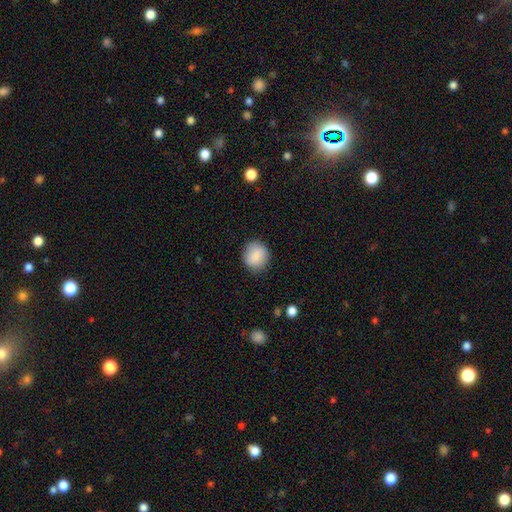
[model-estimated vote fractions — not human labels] Q: Smooth or featured?
A: smooth (88%); runner-up: star or artifact (7%)
Q: How rounded?
A: round (85%); runner-up: in between (14%)
Q: Merging?
A: none (87%); runner-up: minor disturbance (10%)